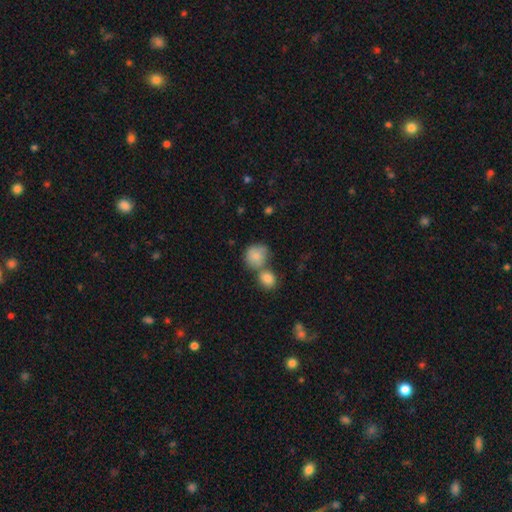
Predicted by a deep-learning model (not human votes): Smooth or featured? smooth (81%)
How rounded? round (79%)
Merging? merger (48%)